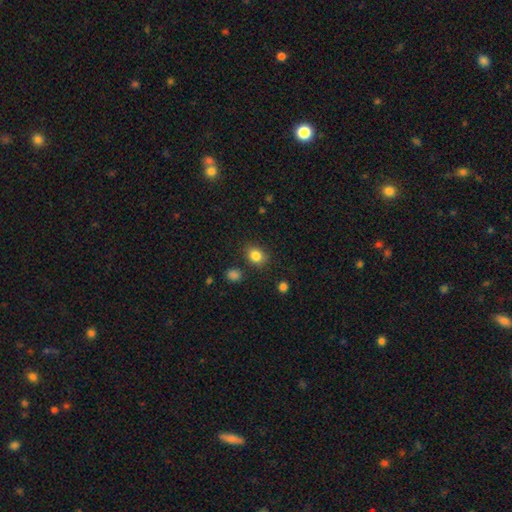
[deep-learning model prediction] Smooth or featured? smooth (84%)
How rounded? round (55%)
Merging? none (82%)